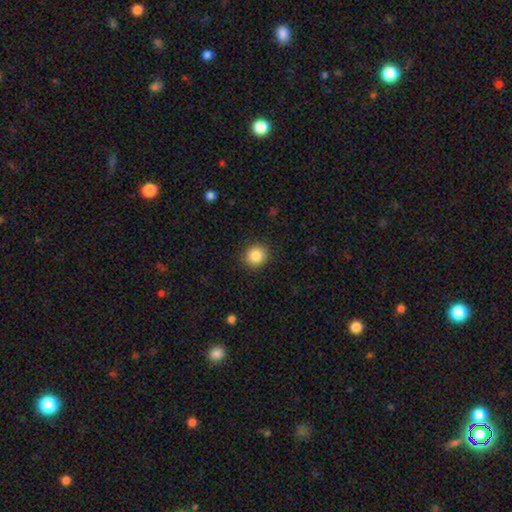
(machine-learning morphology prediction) A smooth galaxy with no disk features (86%) that is round (90%). Merging: none (90%).